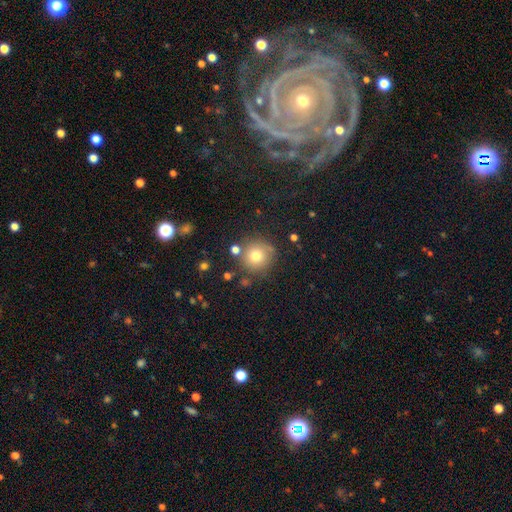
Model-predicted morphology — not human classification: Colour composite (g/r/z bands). It shows a smooth galaxy with no disk features (76%) that is round (92%). Merging: none (75%).